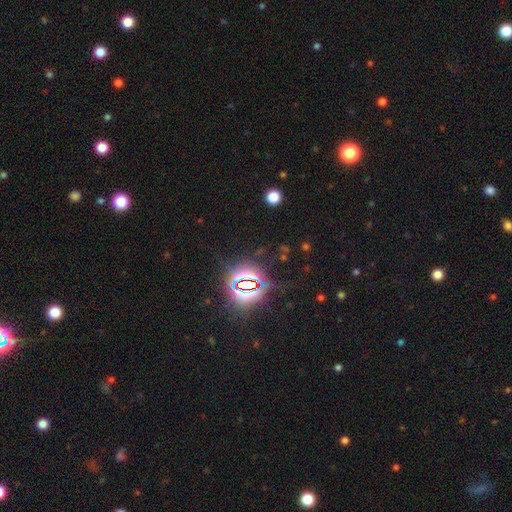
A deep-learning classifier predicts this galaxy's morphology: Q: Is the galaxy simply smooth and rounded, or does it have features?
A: star or artifact — 78%.